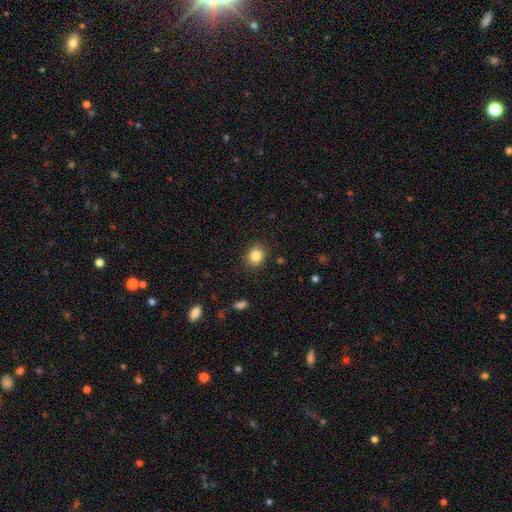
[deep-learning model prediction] Smooth or featured? Predicted: smooth (p=0.84). How rounded? Predicted: round (p=0.71). Merging? Predicted: none (p=0.89).